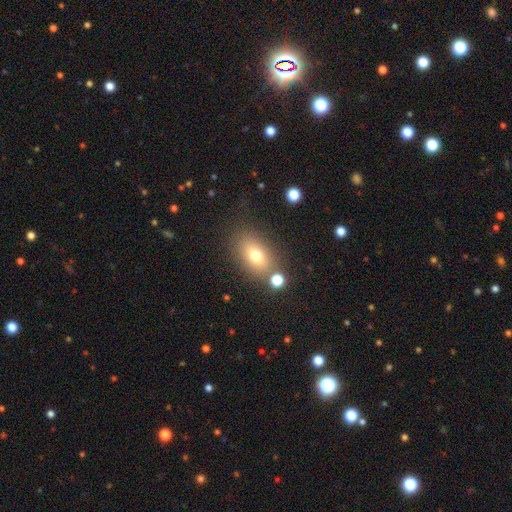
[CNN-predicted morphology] Smooth or featured? smooth (72%)
How rounded? in between (79%)
Merging? none (73%)